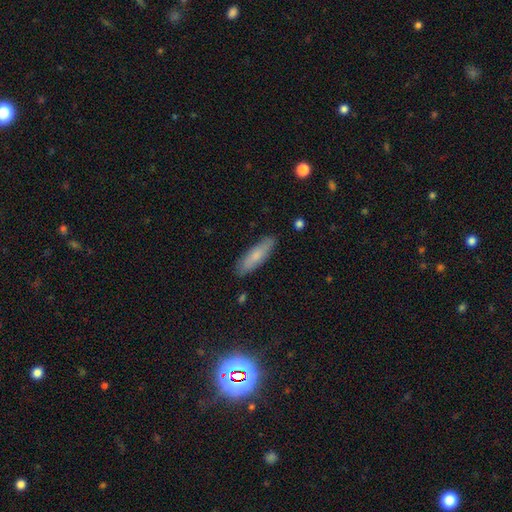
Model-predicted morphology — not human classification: smooth 74%, featured or disk 20%, star or artifact 7%. Down the decision tree: how rounded — cigar-shaped (63%); merging — none (86%).